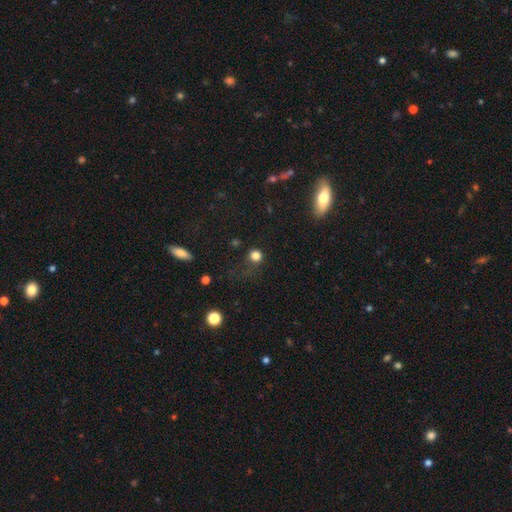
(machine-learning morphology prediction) smooth-or-featured: smooth: 80% | star or artifact: 16% | featured or disk: 5%
  how-rounded: round: 89% | in between: 10% | cigar-shaped: 1%
  merging: none: 71% | minor disturbance: 15% | major disturbance: 10% | merger: 3%